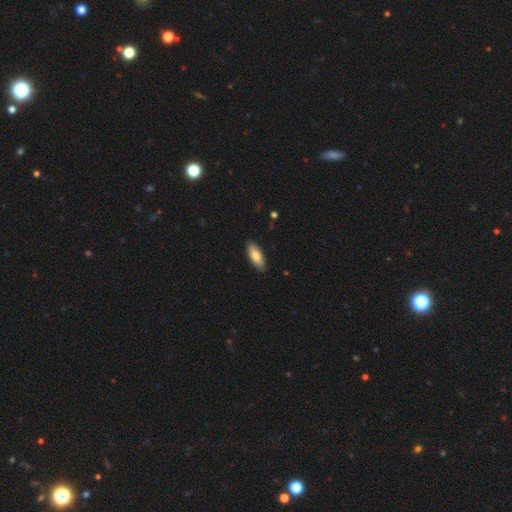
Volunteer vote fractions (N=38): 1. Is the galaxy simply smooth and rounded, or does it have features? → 76% smooth, 16% featured or disk, 8% star or artifact.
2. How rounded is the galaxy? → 66% in between, 34% cigar-shaped, 0% round.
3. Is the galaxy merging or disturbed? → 97% none, 3% minor disturbance, 0% major disturbance, 0% merger.